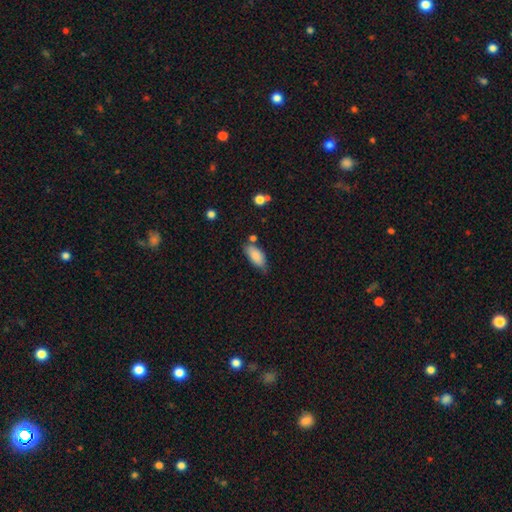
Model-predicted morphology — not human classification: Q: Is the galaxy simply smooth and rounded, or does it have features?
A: smooth — 85%.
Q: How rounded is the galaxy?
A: in between — 87%.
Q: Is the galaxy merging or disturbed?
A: none — 57%.